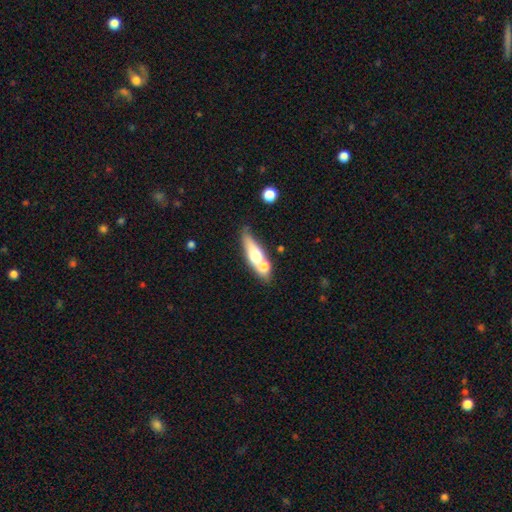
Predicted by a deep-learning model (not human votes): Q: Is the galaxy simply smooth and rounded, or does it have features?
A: smooth — 52%.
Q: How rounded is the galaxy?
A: cigar-shaped — 56%.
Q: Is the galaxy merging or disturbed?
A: none — 45%.